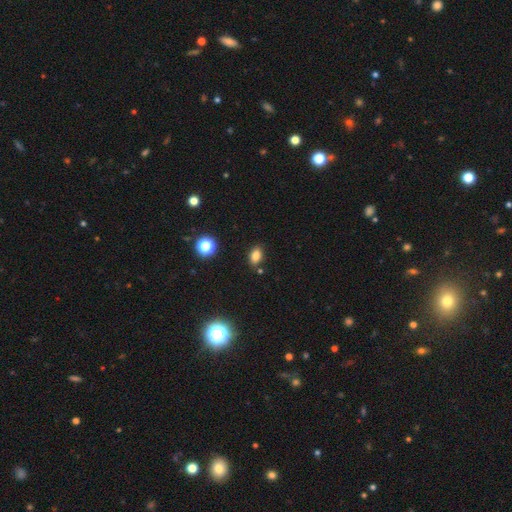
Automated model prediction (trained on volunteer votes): A smooth galaxy with no disk features (81%) that is in between round and cigar-shaped (82%). Merging: none (83%).